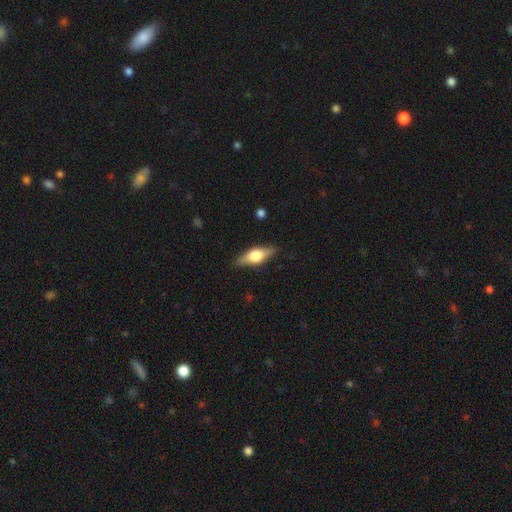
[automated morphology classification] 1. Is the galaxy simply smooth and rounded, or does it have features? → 52% featured or disk, 41% smooth, 7% star or artifact.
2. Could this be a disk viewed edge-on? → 92% yes, 8% no.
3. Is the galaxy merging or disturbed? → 86% none, 10% minor disturbance, 2% major disturbance, 1% merger.